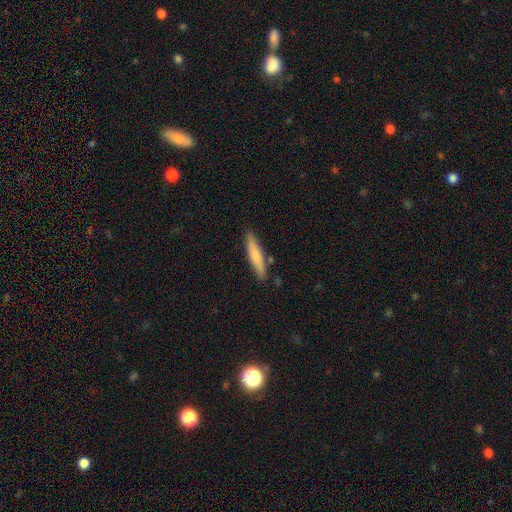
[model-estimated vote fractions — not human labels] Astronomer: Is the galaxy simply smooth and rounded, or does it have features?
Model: smooth — 68%.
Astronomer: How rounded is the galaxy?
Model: cigar-shaped — 87%.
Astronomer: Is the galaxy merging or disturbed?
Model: none — 85%.